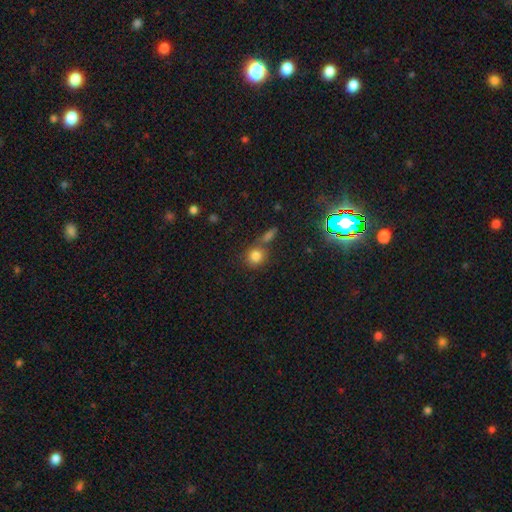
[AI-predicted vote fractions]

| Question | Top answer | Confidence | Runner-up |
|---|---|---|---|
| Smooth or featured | smooth | 80% | star or artifact (12%) |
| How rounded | round | 83% | in between (15%) |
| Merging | none | 60% | merger (24%) |